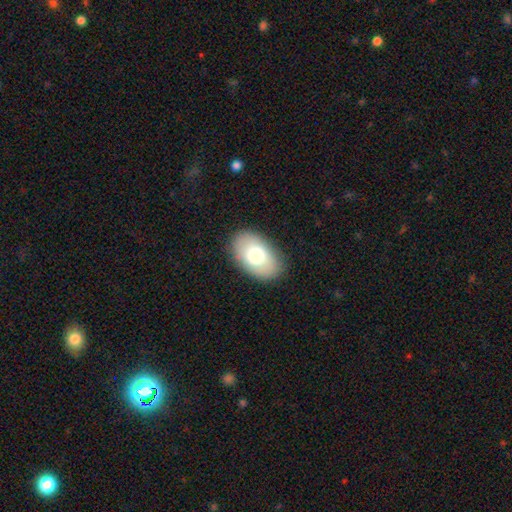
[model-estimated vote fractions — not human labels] smooth_or_featured: smooth (p=0.73) [alt: featured or disk p=0.20]
how_rounded: in between (p=0.92) [alt: round p=0.06]
merging: none (p=0.86) [alt: minor disturbance p=0.10]